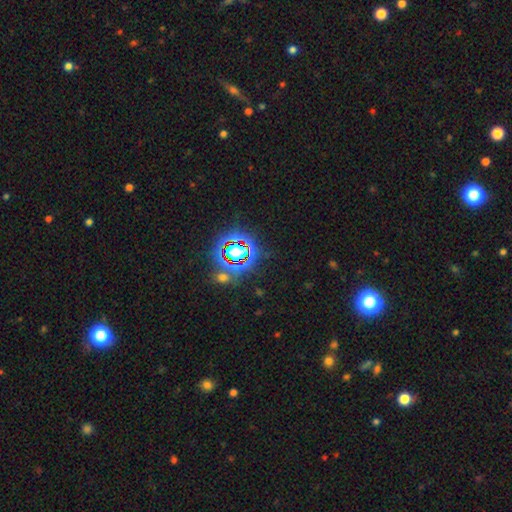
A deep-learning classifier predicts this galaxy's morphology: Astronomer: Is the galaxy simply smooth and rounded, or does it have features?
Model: star or artifact — 80%.